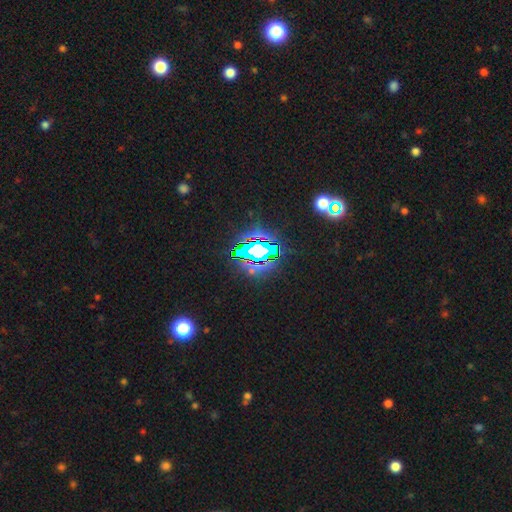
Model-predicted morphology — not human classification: The model was most divided on "smooth or featured": star or artifact: 78%, smooth: 12%, featured or disk: 10%.